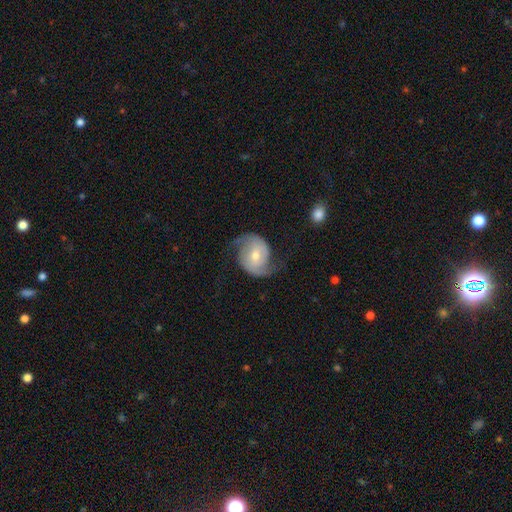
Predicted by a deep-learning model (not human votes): This appears to be a featured or disk galaxy (84%) with no bar (53%), 2 (93%) medium (45%) spiral arms (96%) and a moderate central bulge (57%). Merging: none (73%).